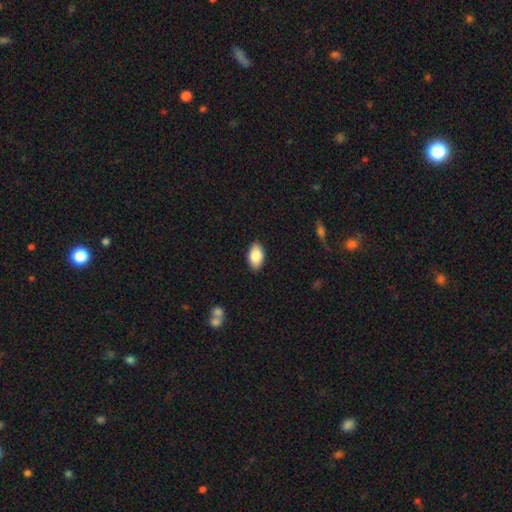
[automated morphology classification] smooth_or_featured: smooth (p=0.84) [alt: featured or disk p=0.09]
how_rounded: in between (p=0.93) [alt: round p=0.05]
merging: none (p=0.89) [alt: minor disturbance p=0.08]